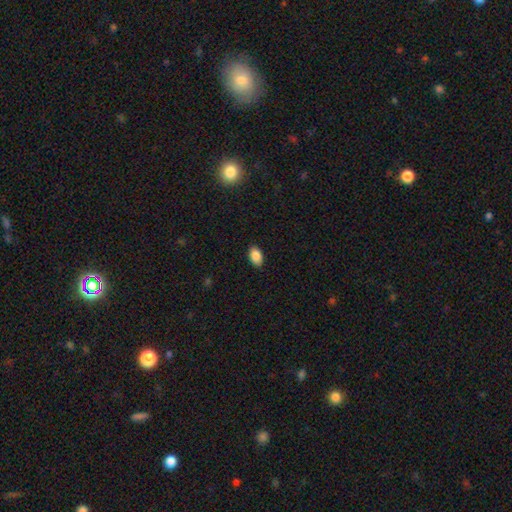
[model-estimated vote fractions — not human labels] smooth_or_featured: smooth (p=0.88) [alt: star or artifact p=0.08]
how_rounded: in between (p=0.92) [alt: round p=0.07]
merging: none (p=0.89) [alt: minor disturbance p=0.09]